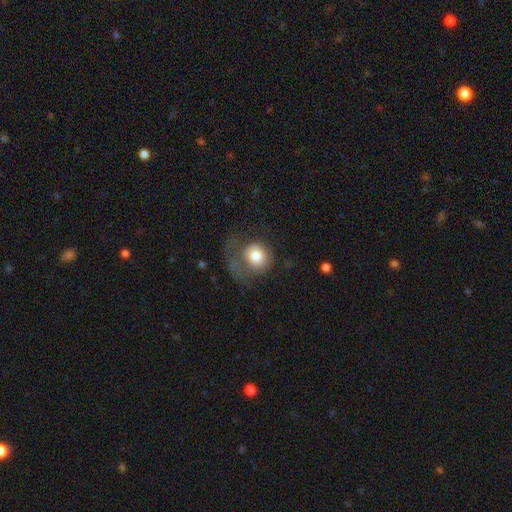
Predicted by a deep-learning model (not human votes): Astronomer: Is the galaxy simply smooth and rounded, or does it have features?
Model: smooth — 74%.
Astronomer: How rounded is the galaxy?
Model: round — 78%.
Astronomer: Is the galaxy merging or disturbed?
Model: major disturbance — 45% (runner-up: none, 31%).